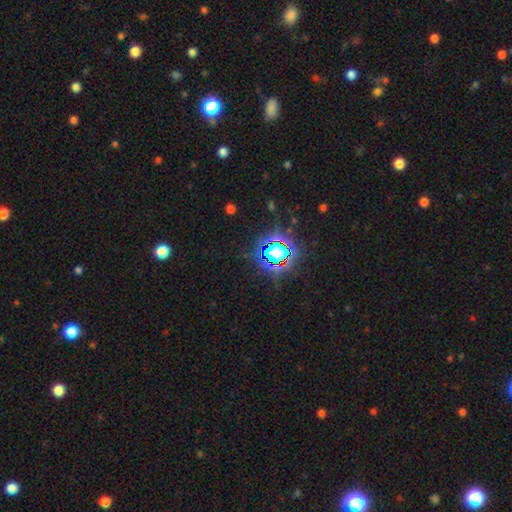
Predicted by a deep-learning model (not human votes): This appears to be a star or artifact, not a galaxy (81%).